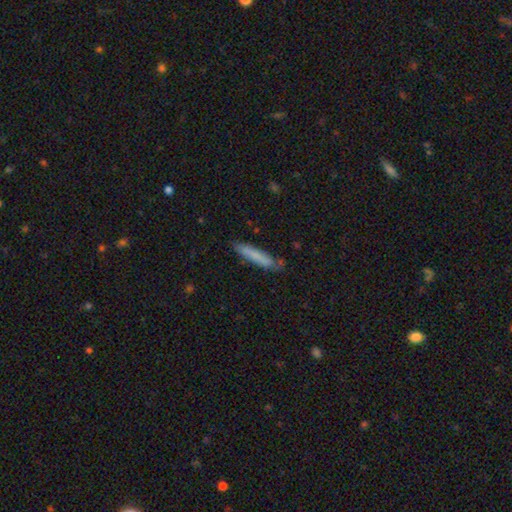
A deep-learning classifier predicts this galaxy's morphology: Smooth or featured? smooth (76%)
How rounded? cigar-shaped (91%)
Merging? none (78%)